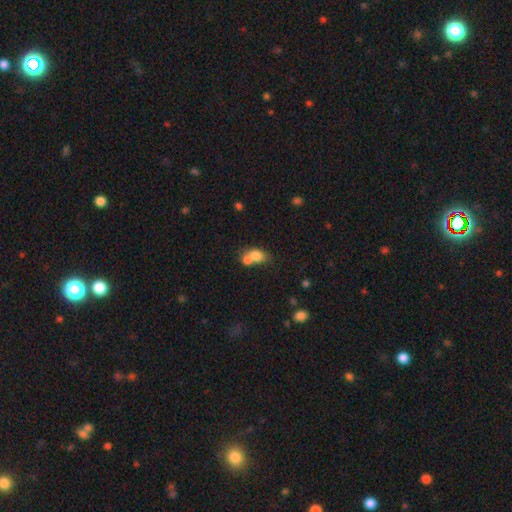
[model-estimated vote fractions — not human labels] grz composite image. It shows a smooth galaxy with no disk features (76%) that is in between round and cigar-shaped (59%). Merging: merger (62%).